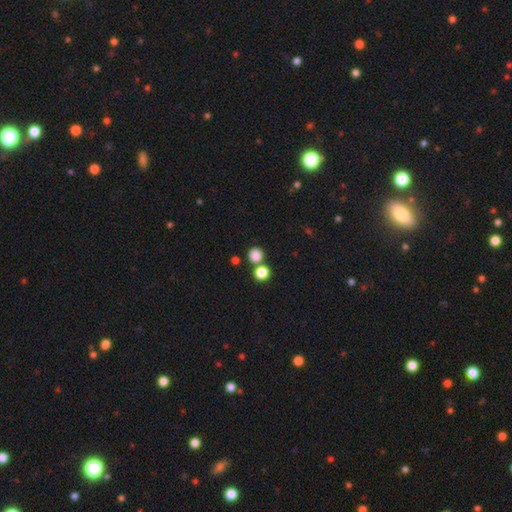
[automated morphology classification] Smooth or featured?
  - smooth: 82% *
  - star or artifact: 13%
  - featured or disk: 5%
How rounded?
  - round: 90% *
  - in between: 9%
  - cigar-shaped: 1%
Merging?
  - none: 69% *
  - merger: 20%
  - minor disturbance: 7%
  - major disturbance: 3%